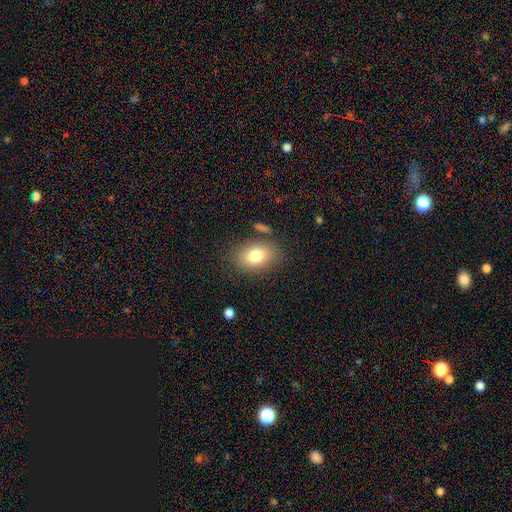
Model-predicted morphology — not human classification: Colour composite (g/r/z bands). It shows a smooth galaxy with no disk features (78%) that is in between round and cigar-shaped (77%). Merging: none (79%).